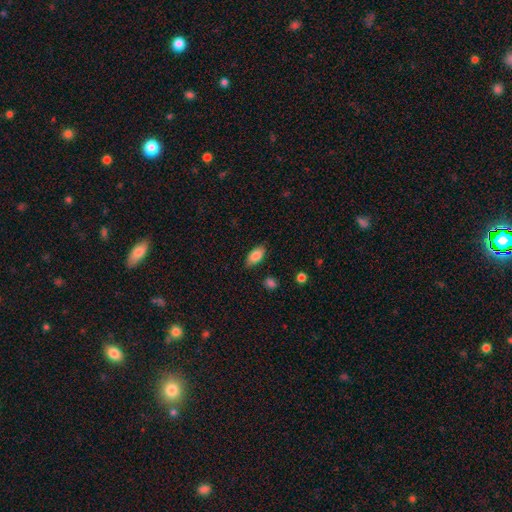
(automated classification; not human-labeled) Morphology: type=smooth (84%); roundness=in between (91%); merging=none (84%).